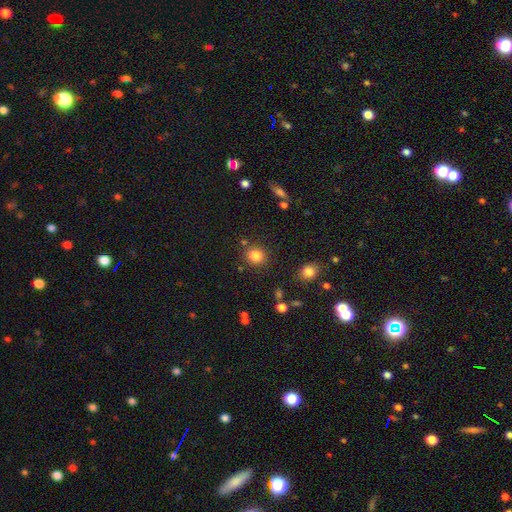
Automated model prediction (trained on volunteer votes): This is clearly a smooth galaxy (83%). How rounded: clearly round (86%). Merging: clearly none (84%).